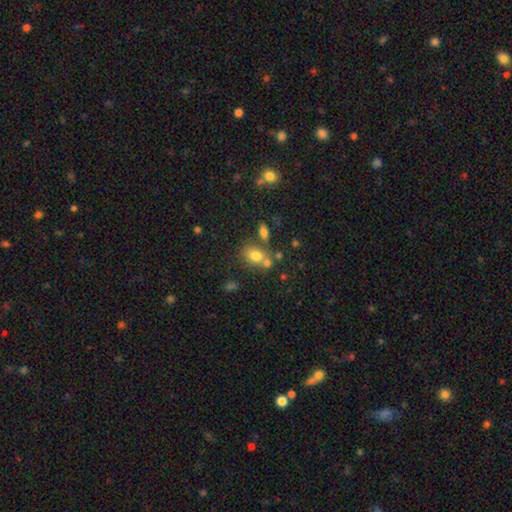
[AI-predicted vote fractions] smooth 74%, featured or disk 13%, star or artifact 13%. Down the decision tree: how rounded — in between (61%); merging — none (50%).